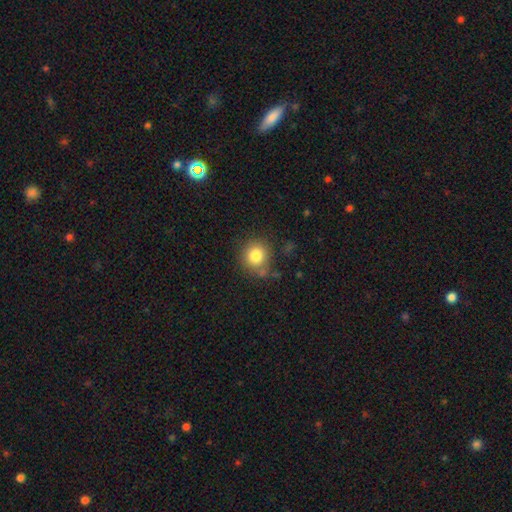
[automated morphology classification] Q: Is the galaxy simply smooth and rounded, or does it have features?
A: smooth — 82%.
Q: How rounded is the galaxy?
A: round — 88%.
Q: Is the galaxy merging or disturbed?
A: none — 76%.